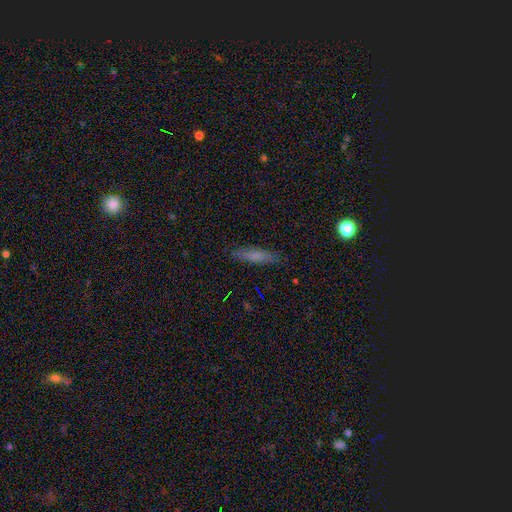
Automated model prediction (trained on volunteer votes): Smooth or featured? smooth (70%)
How rounded? cigar-shaped (78%)
Merging? none (87%)